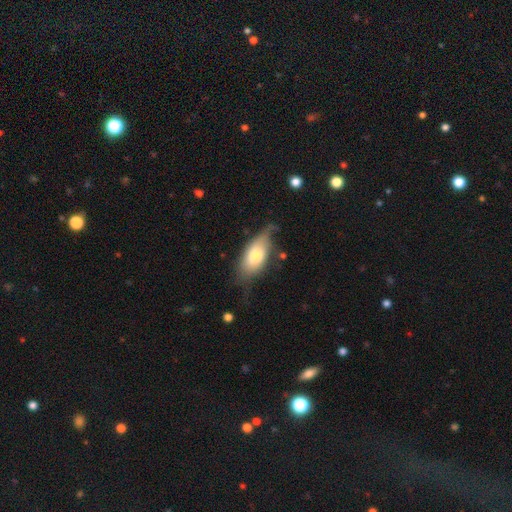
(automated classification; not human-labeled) The model was most divided on "merging": none: 47%, minor disturbance: 34%, major disturbance: 15%, merger: 3%. More confident: how rounded — in between (89%); smooth or featured — smooth (67%).